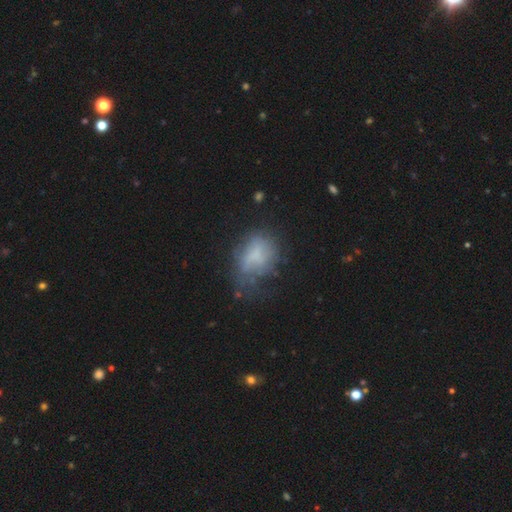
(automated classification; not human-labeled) Overall: smooth (54%; featured or disk 34%). How rounded: in between (68%; round 30%). Merging: none (35%; minor disturbance 31%).